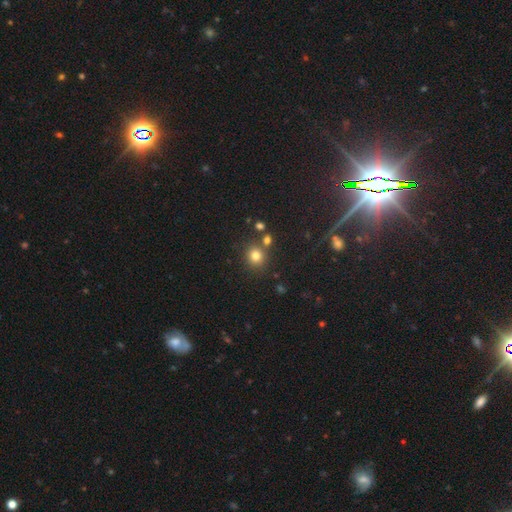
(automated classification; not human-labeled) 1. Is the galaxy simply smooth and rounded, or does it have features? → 78% smooth, 16% star or artifact, 7% featured or disk.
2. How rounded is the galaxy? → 86% round, 13% in between, 1% cigar-shaped.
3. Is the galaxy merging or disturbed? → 77% none, 11% merger, 9% minor disturbance, 3% major disturbance.